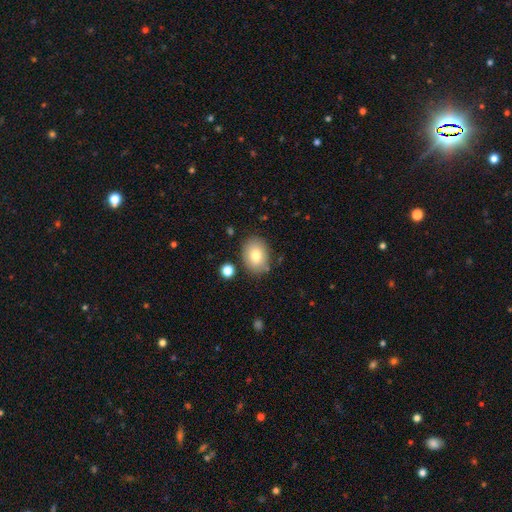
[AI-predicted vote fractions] Smooth or featured?
  - smooth: 79% *
  - featured or disk: 13%
  - star or artifact: 8%
How rounded?
  - in between: 74% *
  - round: 25%
  - cigar-shaped: 1%
Merging?
  - none: 82% *
  - minor disturbance: 12%
  - merger: 3%
  - major disturbance: 3%